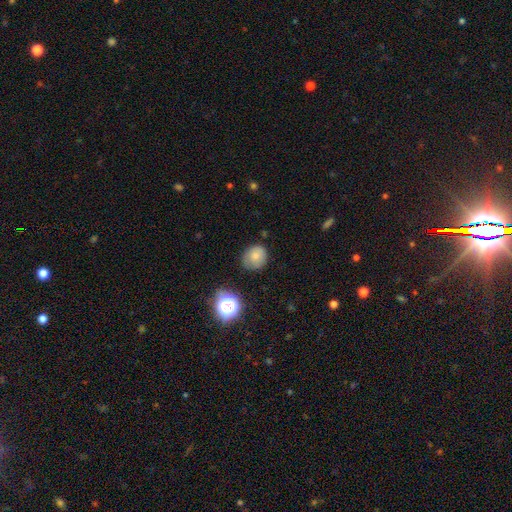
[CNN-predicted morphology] smooth 76%, featured or disk 12%, star or artifact 12%. Down the decision tree: how rounded — round (79%); merging — none (69%).